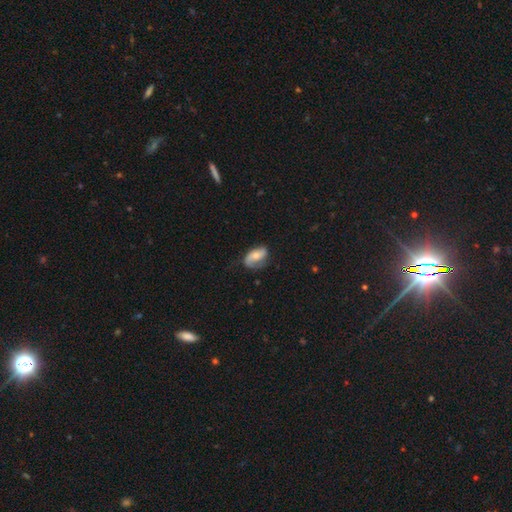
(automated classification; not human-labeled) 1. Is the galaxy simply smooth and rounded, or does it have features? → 61% featured or disk, 33% smooth, 6% star or artifact.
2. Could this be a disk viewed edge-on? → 96% no, 4% yes.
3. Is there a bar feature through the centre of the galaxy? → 57% no, 30% weak, 13% strong.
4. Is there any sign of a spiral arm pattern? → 87% yes, 13% no.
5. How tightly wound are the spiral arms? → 46% loose, 34% medium, 20% tight.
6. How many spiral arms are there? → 70% 2, 19% 1, 8% can't tell, 1% 3, 1% 4, 1% more than 4.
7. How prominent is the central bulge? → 56% moderate, 37% small, 3% large, 2% none, 1% dominant.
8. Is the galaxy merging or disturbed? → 60% none, 27% minor disturbance, 11% major disturbance, 2% merger.